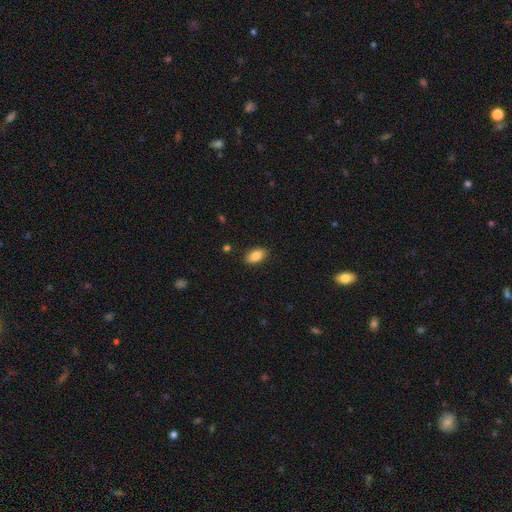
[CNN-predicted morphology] Overall: smooth (85%). How rounded: in between (91%). Merging: none (87%).